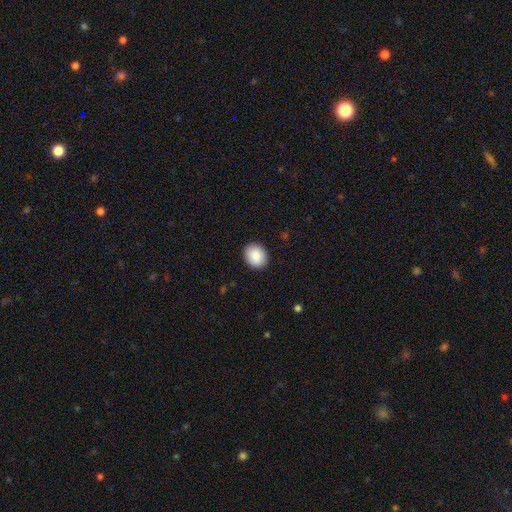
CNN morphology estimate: type=smooth (89%); roundness=round (57%); merging=none (90%).